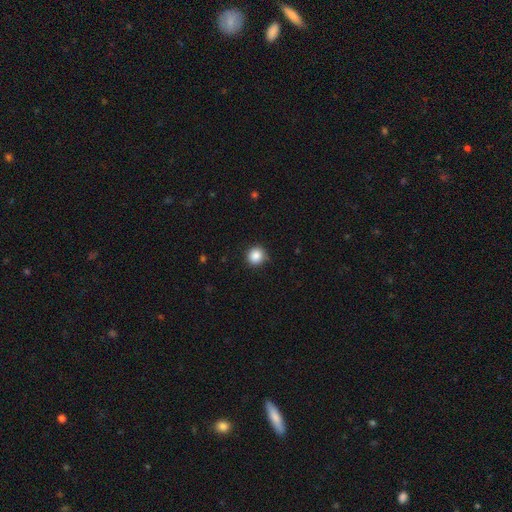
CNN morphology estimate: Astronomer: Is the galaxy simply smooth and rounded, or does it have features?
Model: smooth — 87%.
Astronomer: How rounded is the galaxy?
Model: round — 92%.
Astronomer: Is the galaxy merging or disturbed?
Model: none — 87%.